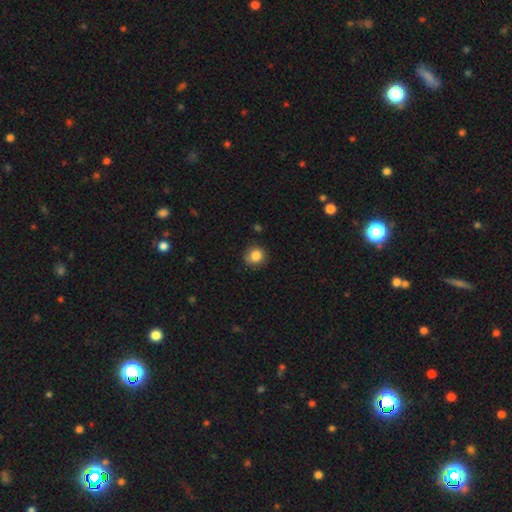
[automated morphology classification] This appears to be a smooth galaxy with no disk features (84%) that is round (85%). Merging: none (81%).